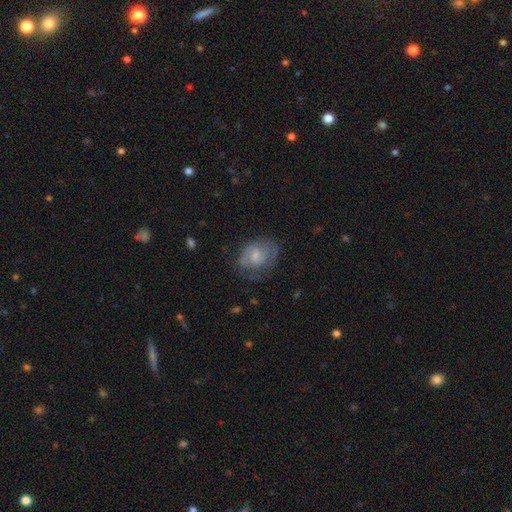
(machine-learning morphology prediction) type=featured or disk (50%); merging=none (57%).